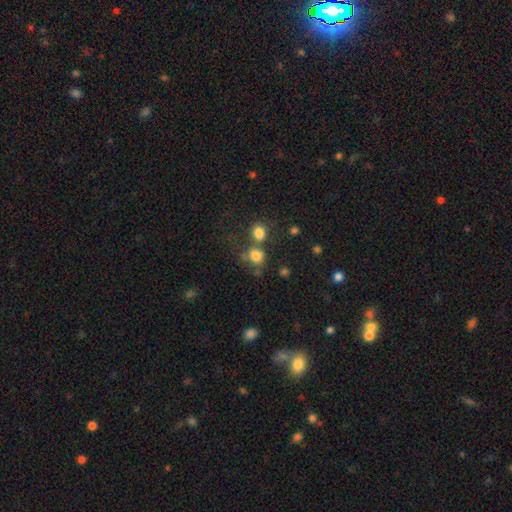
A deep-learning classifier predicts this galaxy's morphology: This appears to be a smooth galaxy with no disk features (79%) that is round (74%). Merging: none (49%).